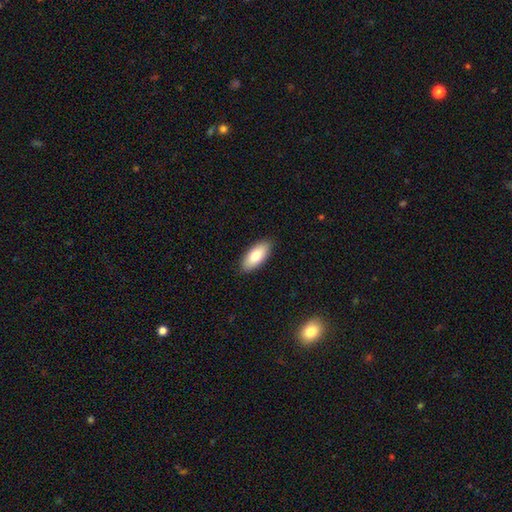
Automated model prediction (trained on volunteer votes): smooth-or-featured: smooth: 82% | featured or disk: 12% | star or artifact: 6%
  how-rounded: in between: 87% | cigar-shaped: 11% | round: 2%
  merging: none: 89% | minor disturbance: 8% | major disturbance: 2% | merger: 1%